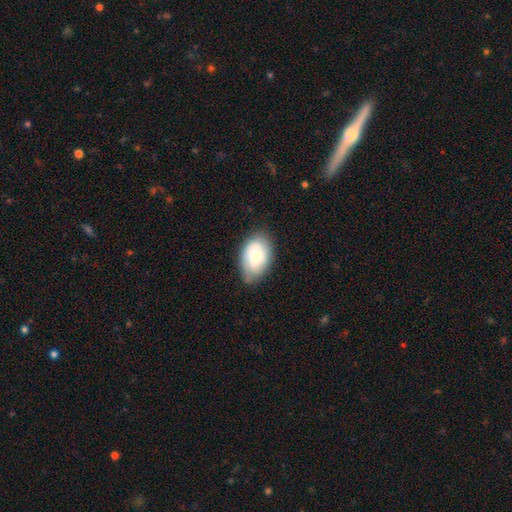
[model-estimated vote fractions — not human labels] This is possibly a smooth galaxy (48%). Merging: likely none (72%).